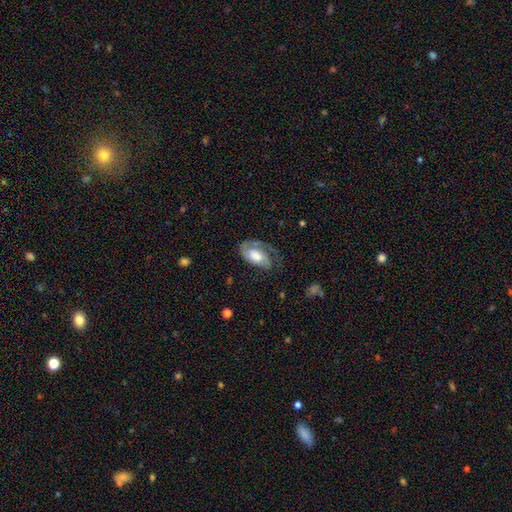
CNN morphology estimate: The model was most divided on "spiral winding": tight: 46%, medium: 36%, loose: 19%. Remaining: edge-on disk — no (95%); spiral arms — yes (87%); bar — no (69%); smooth or featured — featured or disk (65%); spiral arm count — 1 (56%); bulge size — large (48%); merging — none (46%).